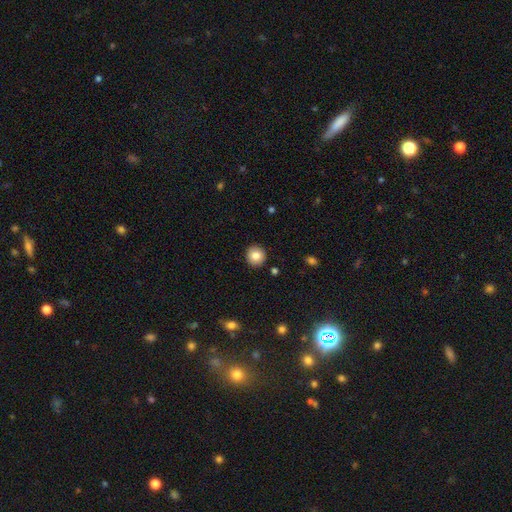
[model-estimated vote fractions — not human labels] The model was most divided on "smooth or featured": smooth: 83%, star or artifact: 9%, featured or disk: 8%. More confident: how rounded — round (91%); merging — none (91%).